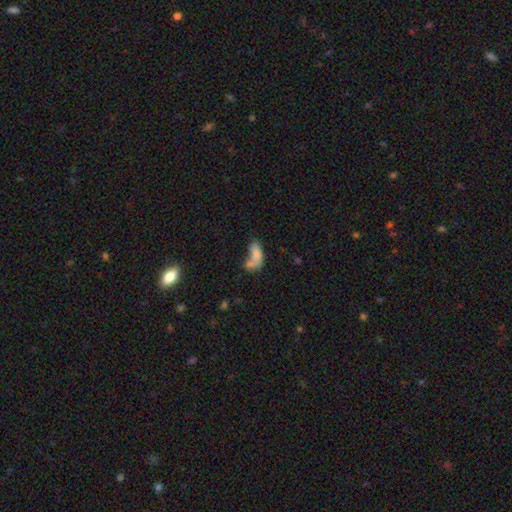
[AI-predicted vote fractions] This appears to be a smooth galaxy with no disk features (72%) that is in between round and cigar-shaped (87%). Merging: merger (49%).